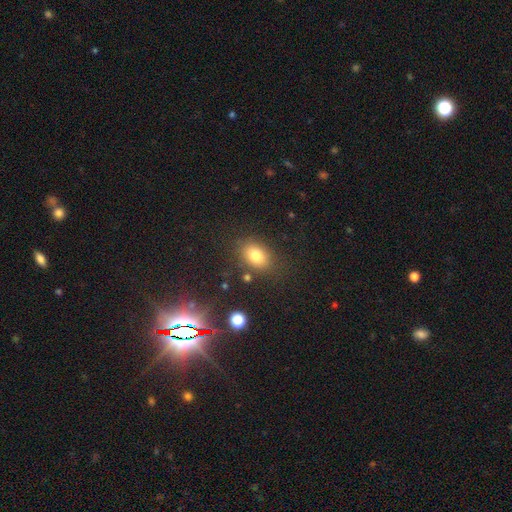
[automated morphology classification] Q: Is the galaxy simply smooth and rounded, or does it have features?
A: smooth — 79%.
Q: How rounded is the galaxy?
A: in between — 76%.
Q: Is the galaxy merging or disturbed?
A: none — 79%.